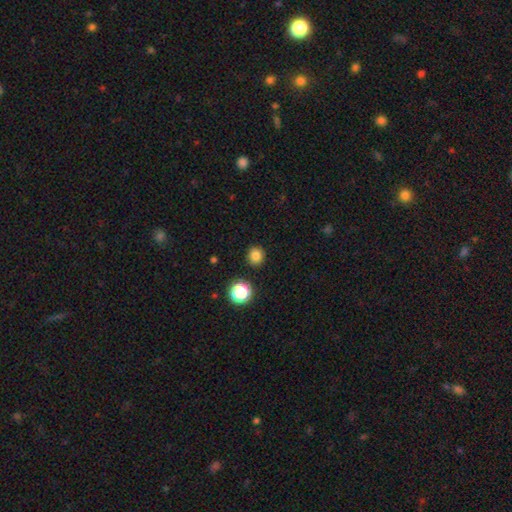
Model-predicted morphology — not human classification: A smooth galaxy with no disk features (81%) that is round (88%).

Vote fractions:
- Smooth or featured? smooth: 81% / star or artifact: 14% / featured or disk: 5%
- How rounded? round: 88% / in between: 11% / cigar-shaped: 1%
- Merging? none: 91% / minor disturbance: 6% / major disturbance: 2% / merger: 2%